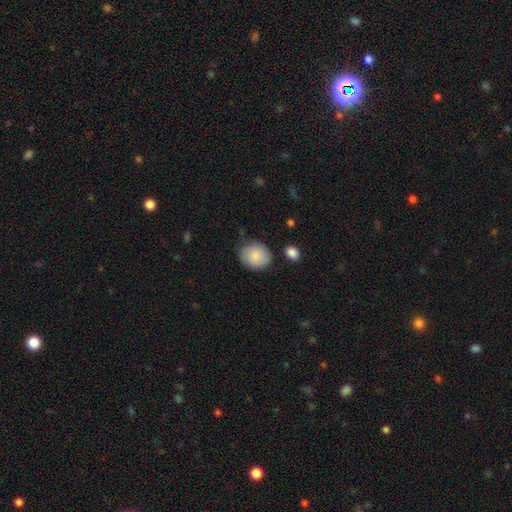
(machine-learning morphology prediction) Smooth or featured? smooth (82%)
How rounded? round (64%)
Merging? none (74%)